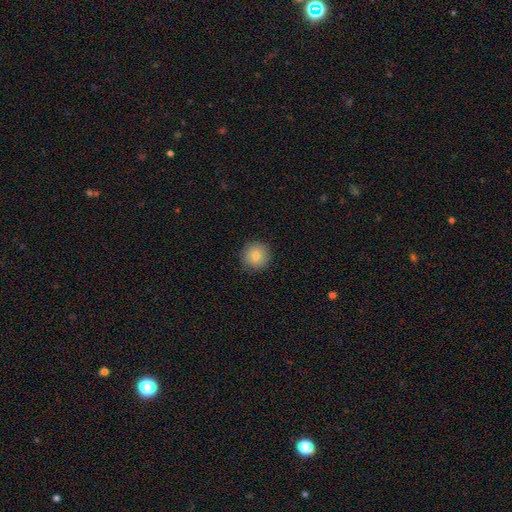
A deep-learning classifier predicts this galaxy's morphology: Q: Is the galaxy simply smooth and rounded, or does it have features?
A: smooth — 79%.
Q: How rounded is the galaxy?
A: round — 95%.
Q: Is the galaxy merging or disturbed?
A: none — 90%.